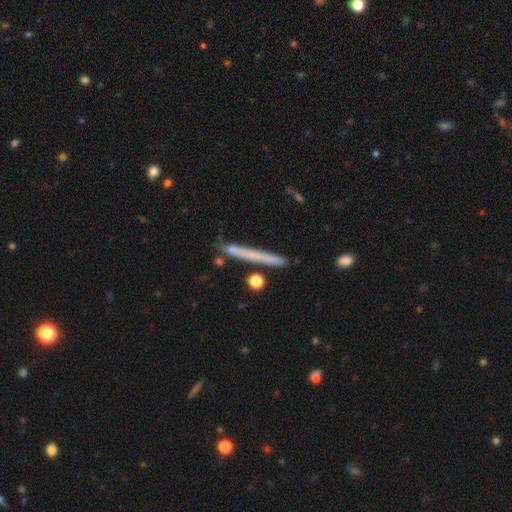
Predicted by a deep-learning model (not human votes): Smooth or featured? Predicted: smooth (p=0.56). How rounded? Predicted: cigar-shaped (p=0.96). Merging? Predicted: none (p=0.83).